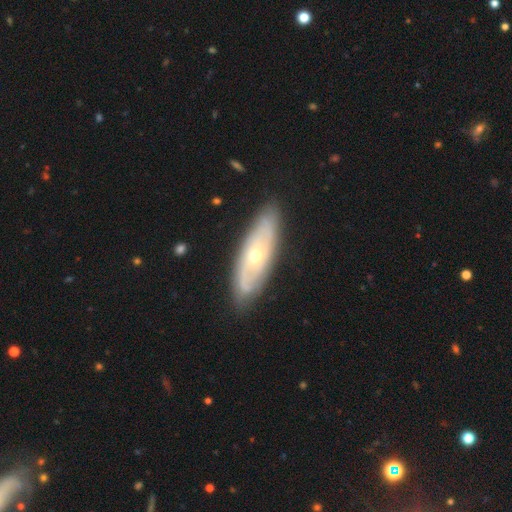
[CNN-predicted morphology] Smooth or featured: featured or disk — 69% (smooth — 25%)
Edge-on disk: no — 76% (yes — 24%)
Bar: no — 81% (weak — 15%)
Spiral arms: yes — 69% (no — 31%)
Bulge size: moderate — 55% (small — 42%)
Merging: none — 84% (minor disturbance — 12%)